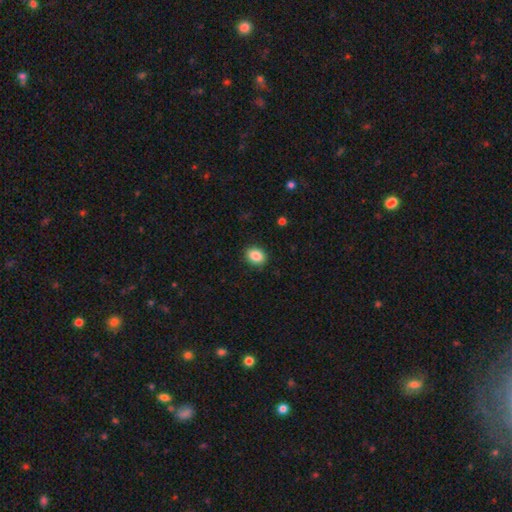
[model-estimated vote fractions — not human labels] smooth_or_featured: smooth (p=0.88) [alt: star or artifact p=0.08]
how_rounded: in between (p=0.60) [alt: round p=0.39]
merging: none (p=0.89) [alt: minor disturbance p=0.08]